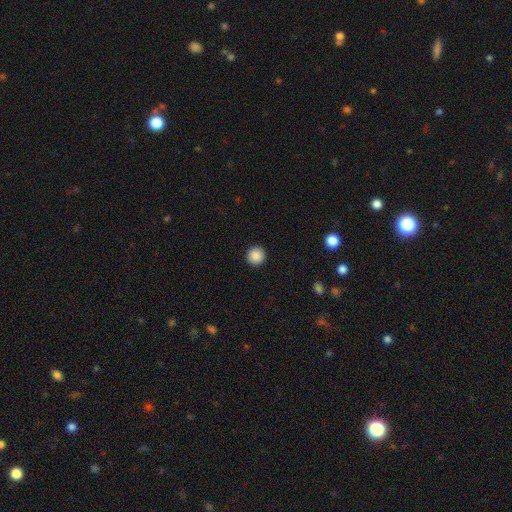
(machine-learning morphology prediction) smooth 89%, star or artifact 9%, featured or disk 3%. Down the decision tree: how rounded — round (96%); merging — none (93%).